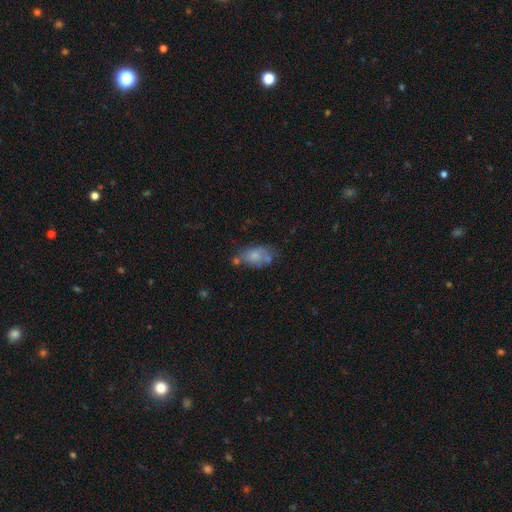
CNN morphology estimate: type=smooth (66%); roundness=in between (87%); merging=none (44%).